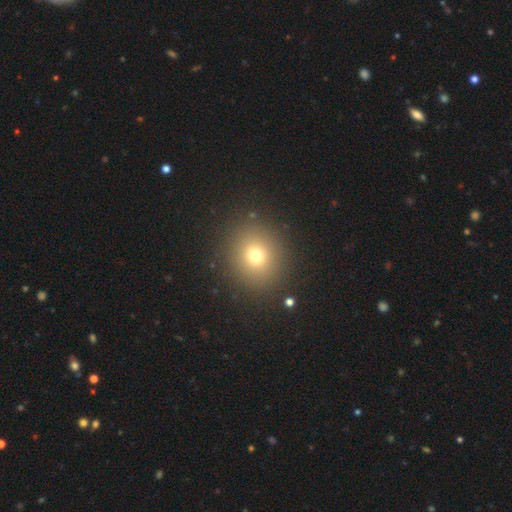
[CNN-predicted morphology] Smooth or featured: smooth — 71% (star or artifact — 18%)
How rounded: round — 84% (in between — 15%)
Merging: none — 89% (minor disturbance — 7%)